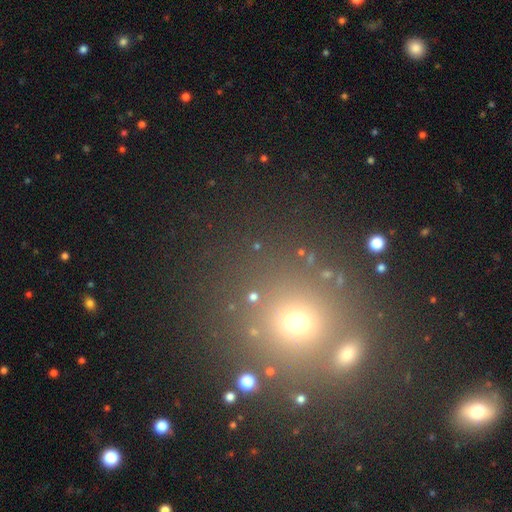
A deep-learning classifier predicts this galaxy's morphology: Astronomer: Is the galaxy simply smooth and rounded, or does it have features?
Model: smooth — 49% (runner-up: star or artifact, 41%).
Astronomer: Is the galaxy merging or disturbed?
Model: none — 68%.